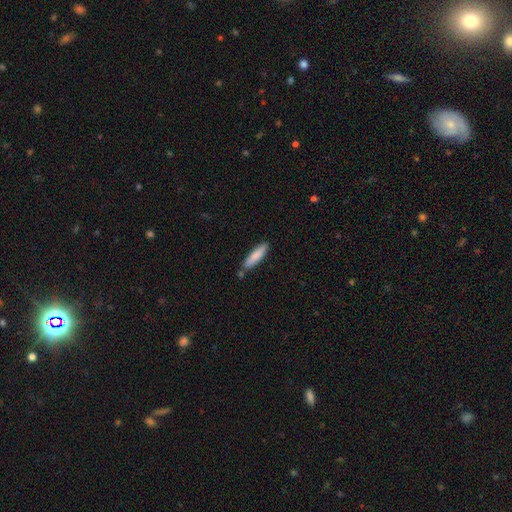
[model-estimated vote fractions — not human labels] Smooth or featured? smooth (81%)
How rounded? cigar-shaped (79%)
Merging? none (77%)